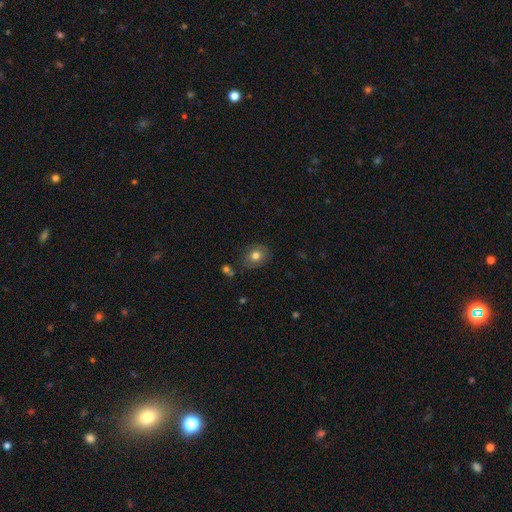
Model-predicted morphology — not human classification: type=smooth (75%); roundness=round (57%); merging=none (81%).